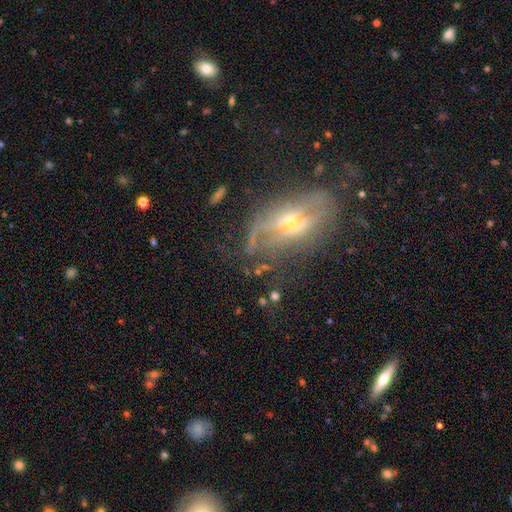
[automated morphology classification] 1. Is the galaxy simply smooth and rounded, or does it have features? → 67% featured or disk, 18% smooth, 15% star or artifact.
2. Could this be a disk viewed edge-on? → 87% no, 13% yes.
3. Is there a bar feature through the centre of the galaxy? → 54% no, 33% weak, 14% strong.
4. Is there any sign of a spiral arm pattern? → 73% yes, 27% no.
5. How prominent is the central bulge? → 58% moderate, 35% small, 4% large, 1% none, 1% dominant.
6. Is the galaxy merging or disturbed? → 58% none, 21% minor disturbance, 18% major disturbance, 3% merger.